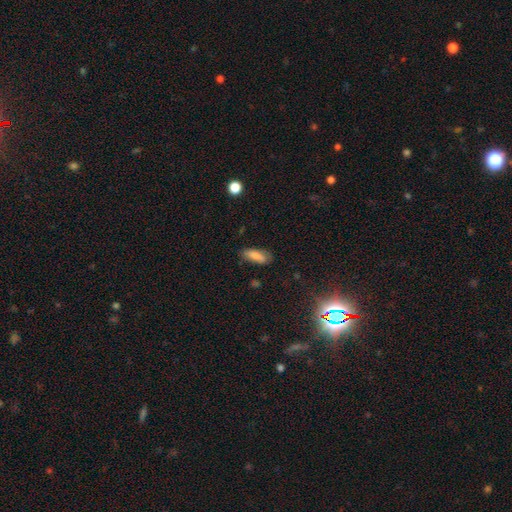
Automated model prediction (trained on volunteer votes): smooth 82%, featured or disk 9%, star or artifact 9%. Down the decision tree: how rounded — in between (68%); merging — none (72%).